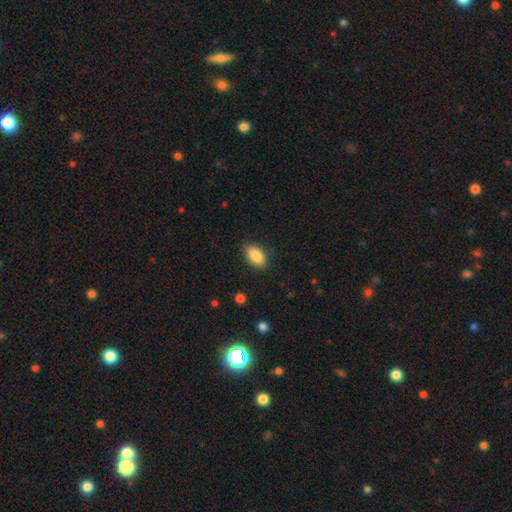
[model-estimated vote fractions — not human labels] Smooth or featured? Predicted: smooth (p=0.87). How rounded? Predicted: in between (p=0.92). Merging? Predicted: none (p=0.86).